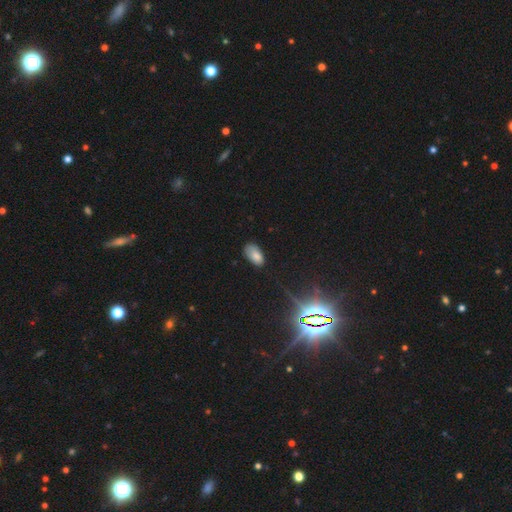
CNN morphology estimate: Q: Smooth or featured?
A: smooth (79%); runner-up: star or artifact (13%)
Q: How rounded?
A: in between (94%); runner-up: round (4%)
Q: Merging?
A: none (64%); runner-up: minor disturbance (27%)